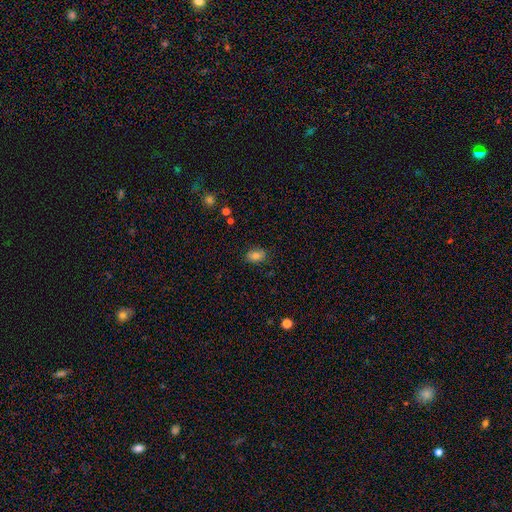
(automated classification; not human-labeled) Smooth or featured? smooth (81%)
How rounded? in between (82%)
Merging? none (82%)